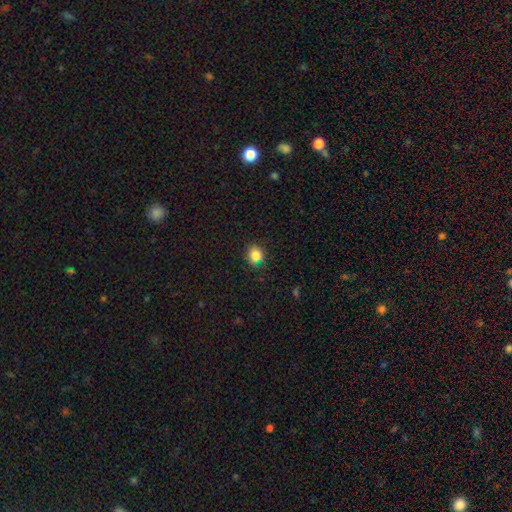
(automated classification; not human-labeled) Smooth or featured? Predicted: smooth (p=0.83). How rounded? Predicted: round (p=0.75). Merging? Predicted: none (p=0.80).